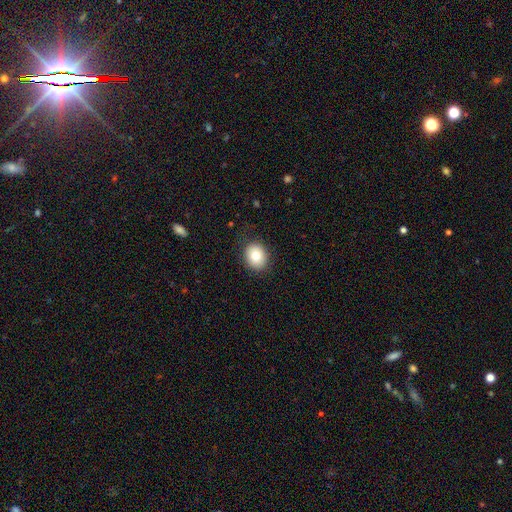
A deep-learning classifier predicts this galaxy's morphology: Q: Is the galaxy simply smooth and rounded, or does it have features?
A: smooth — 81%.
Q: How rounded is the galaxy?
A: round — 57%.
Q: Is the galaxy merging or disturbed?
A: none — 85%.